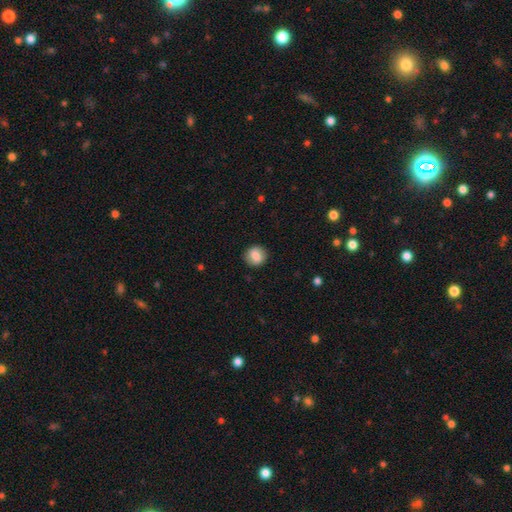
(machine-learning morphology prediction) Overall: smooth (80%). How rounded: round (81%). Merging: none (87%).